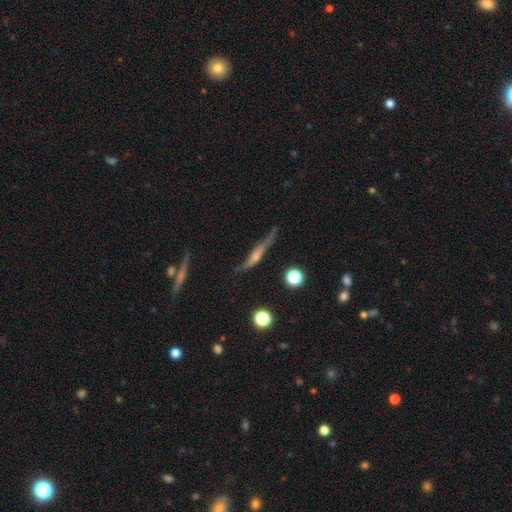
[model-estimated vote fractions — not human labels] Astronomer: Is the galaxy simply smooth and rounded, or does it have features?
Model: featured or disk — 61%.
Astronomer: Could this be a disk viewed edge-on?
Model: yes — 87%.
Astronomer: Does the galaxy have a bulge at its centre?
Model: rounded — 56%.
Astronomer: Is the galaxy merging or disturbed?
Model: none — 61%.